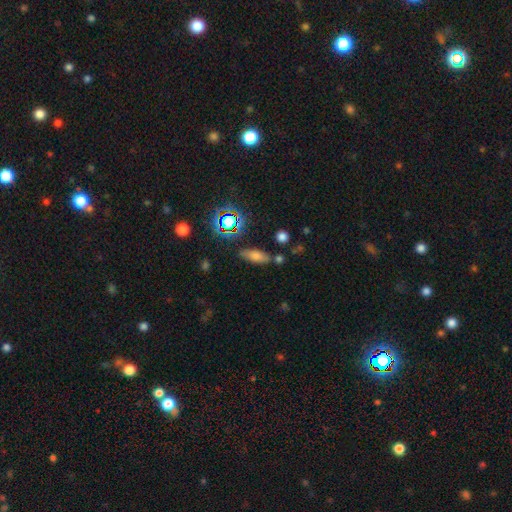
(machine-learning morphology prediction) A smooth galaxy with no disk features (67%) that is in between round and cigar-shaped (63%). Merging: none (73%).